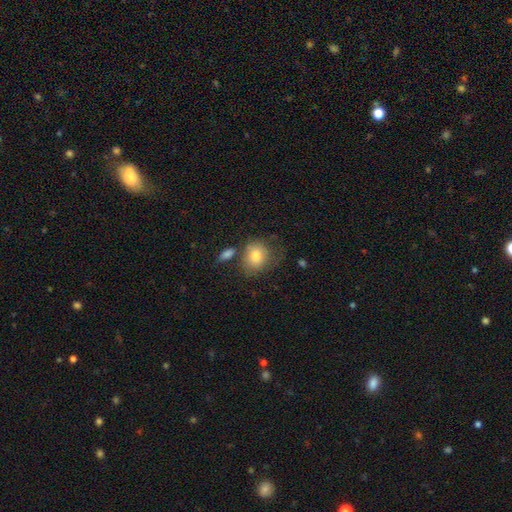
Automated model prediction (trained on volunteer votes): Smooth or featured?
  - smooth: 79% *
  - featured or disk: 13%
  - star or artifact: 8%
How rounded?
  - round: 63% *
  - in between: 35%
  - cigar-shaped: 1%
Merging?
  - none: 55% *
  - minor disturbance: 22%
  - merger: 12%
  - major disturbance: 11%